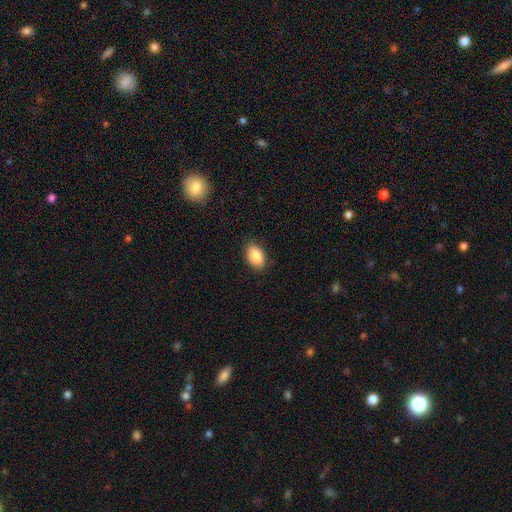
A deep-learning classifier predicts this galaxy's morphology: This appears to be a smooth galaxy with no disk features (88%) that is in between round and cigar-shaped (89%). Merging: none (86%).